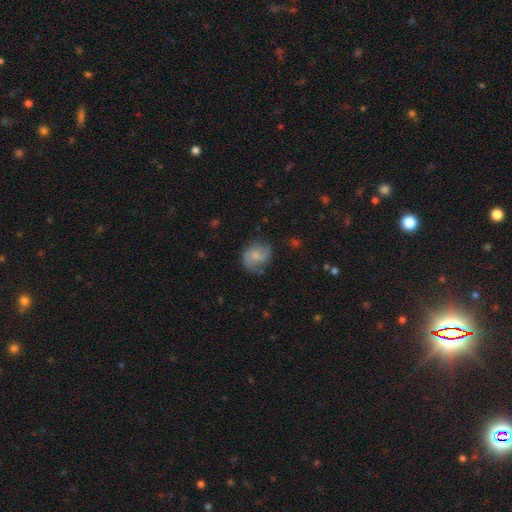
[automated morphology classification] smooth_or_featured: featured or disk (p=0.57) [alt: smooth p=0.35]
disk_edge_on: no (p=0.98) [alt: yes p=0.02]
bar: no (p=0.60) [alt: weak p=0.34]
has_spiral_arms: yes (p=0.90) [alt: no p=0.10]
spiral_winding: medium (p=0.46) [alt: loose p=0.31]
spiral_arm_count: 2 (p=0.73) [alt: 1 p=0.14]
bulge_size: small (p=0.37) [alt: moderate p=0.28]
merging: none (p=0.61) [alt: minor disturbance p=0.24]